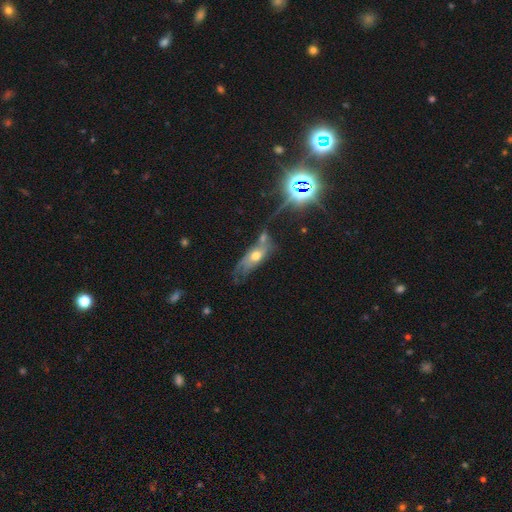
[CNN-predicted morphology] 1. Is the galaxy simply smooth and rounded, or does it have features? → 44% featured or disk, 37% smooth, 19% star or artifact.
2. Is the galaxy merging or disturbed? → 36% none, 25% minor disturbance, 20% merger, 19% major disturbance.